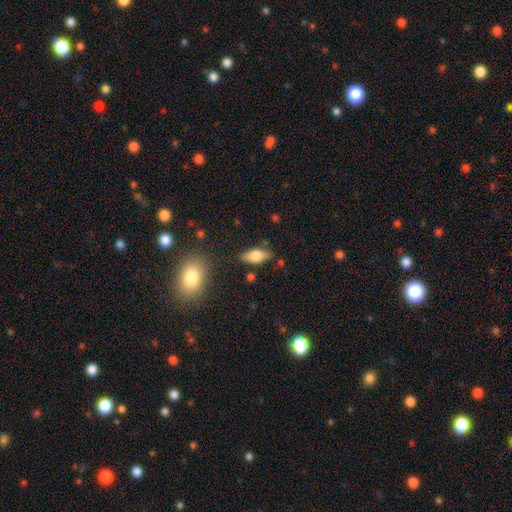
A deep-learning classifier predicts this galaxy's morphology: smooth 69%, featured or disk 23%, star or artifact 7%. Down the decision tree: how rounded — in between (82%); merging — none (79%).